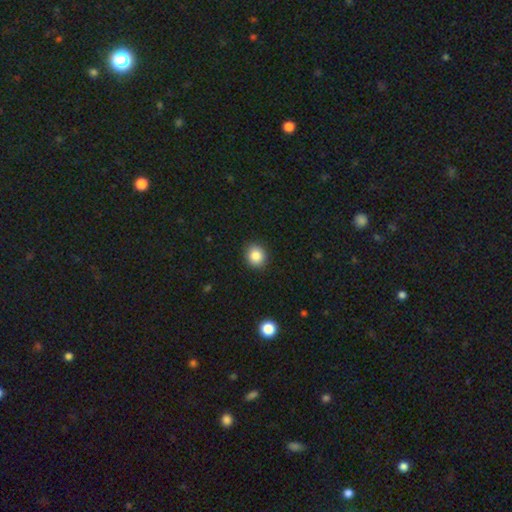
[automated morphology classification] smooth 85%, star or artifact 10%, featured or disk 5%. Down the decision tree: how rounded — round (84%); merging — none (90%).